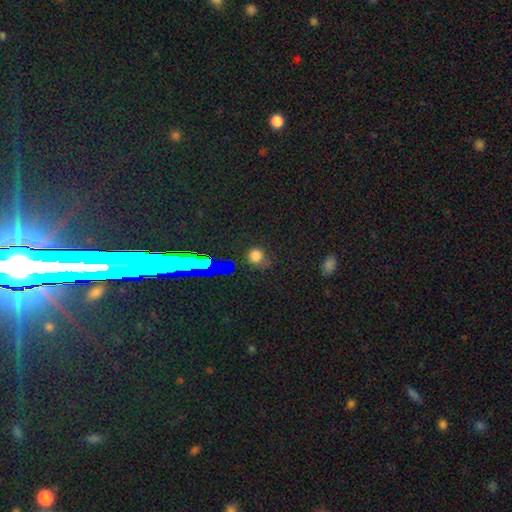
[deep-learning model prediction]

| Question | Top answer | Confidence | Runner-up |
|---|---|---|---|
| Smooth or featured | smooth | 69% | star or artifact (25%) |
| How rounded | round | 89% | in between (10%) |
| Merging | none | 77% | minor disturbance (15%) |